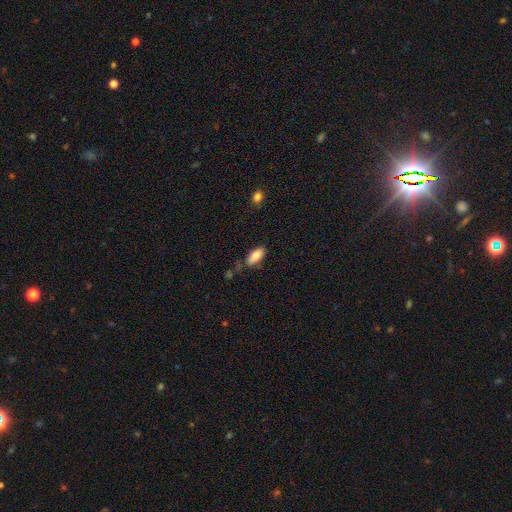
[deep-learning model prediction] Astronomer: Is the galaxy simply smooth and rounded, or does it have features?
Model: smooth — 85%.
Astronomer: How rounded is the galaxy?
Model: in between — 84%.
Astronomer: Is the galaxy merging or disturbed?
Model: none — 64%.